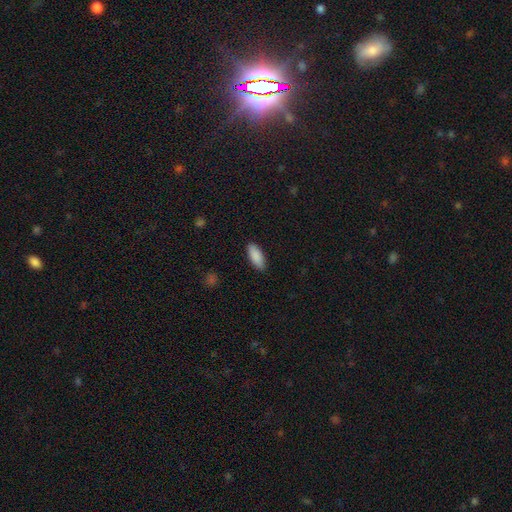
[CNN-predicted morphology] Q: Smooth or featured?
A: smooth (89%); runner-up: star or artifact (6%)
Q: How rounded?
A: in between (81%); runner-up: cigar-shaped (17%)
Q: Merging?
A: none (89%); runner-up: minor disturbance (8%)